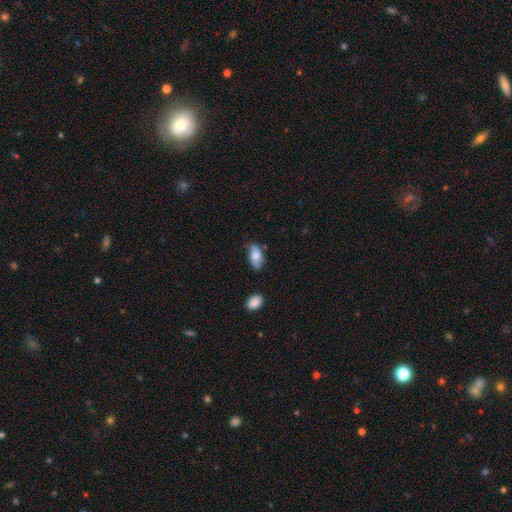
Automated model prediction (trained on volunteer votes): This appears to be a smooth galaxy with no disk features (67%) that is in between round and cigar-shaped (91%). Merging: none (63%).